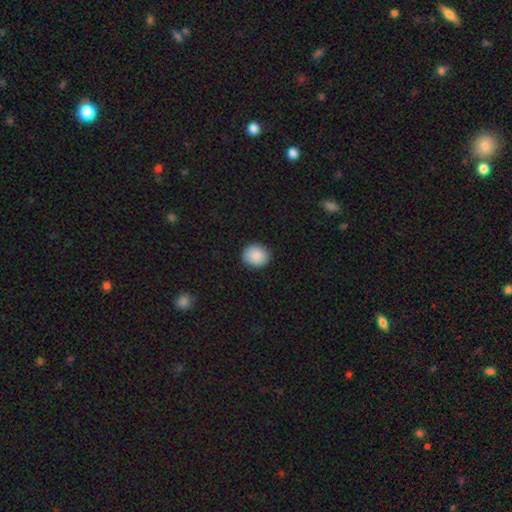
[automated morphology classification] A smooth galaxy with no disk features (89%) that is round (74%).

Vote fractions:
- Smooth or featured? smooth: 89% / star or artifact: 7% / featured or disk: 3%
- How rounded? round: 74% / in between: 25% / cigar-shaped: 1%
- Merging? none: 88% / minor disturbance: 8% / major disturbance: 2% / merger: 1%